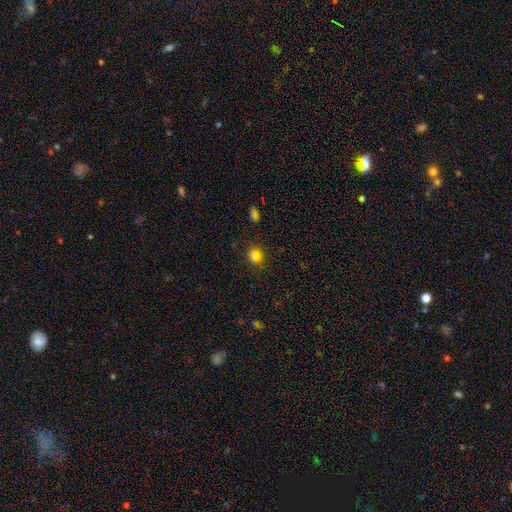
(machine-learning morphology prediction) Q: Smooth or featured?
A: smooth (74%); runner-up: star or artifact (18%)
Q: How rounded?
A: round (74%); runner-up: in between (25%)
Q: Merging?
A: none (80%); runner-up: minor disturbance (12%)